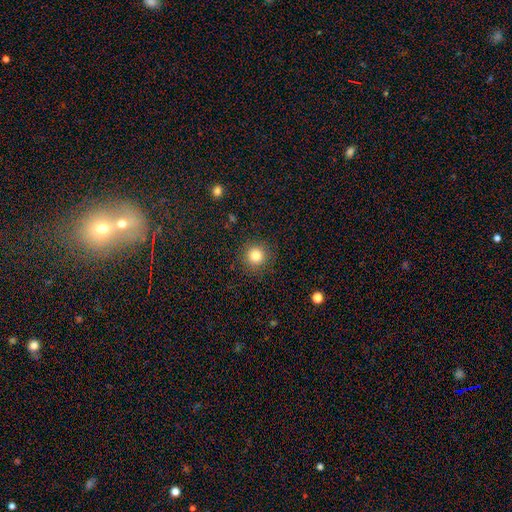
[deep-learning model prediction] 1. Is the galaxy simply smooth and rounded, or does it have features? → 82% smooth, 12% star or artifact, 6% featured or disk.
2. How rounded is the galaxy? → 94% round, 5% in between, 1% cigar-shaped.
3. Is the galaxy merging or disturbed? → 89% none, 7% minor disturbance, 3% major disturbance, 1% merger.